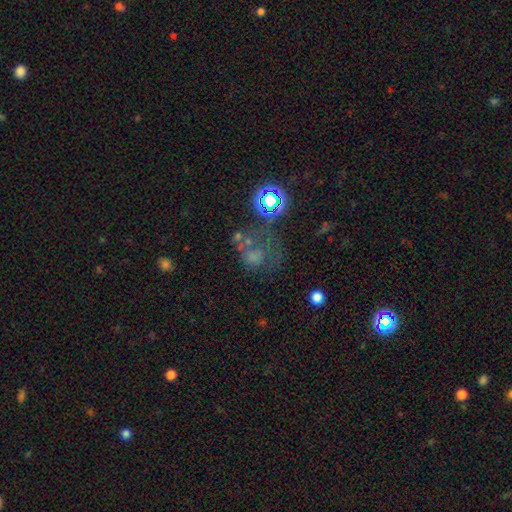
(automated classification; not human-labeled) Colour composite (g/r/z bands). It shows a smooth galaxy with no disk features (46%). Merging: none (38%).